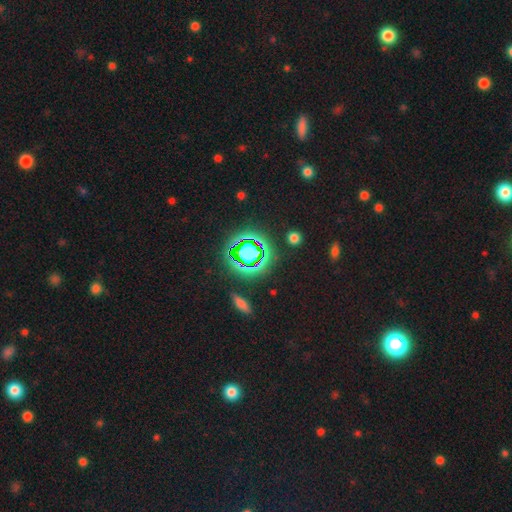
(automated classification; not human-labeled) This is likely a star or artifact rather than a galaxy (75%).